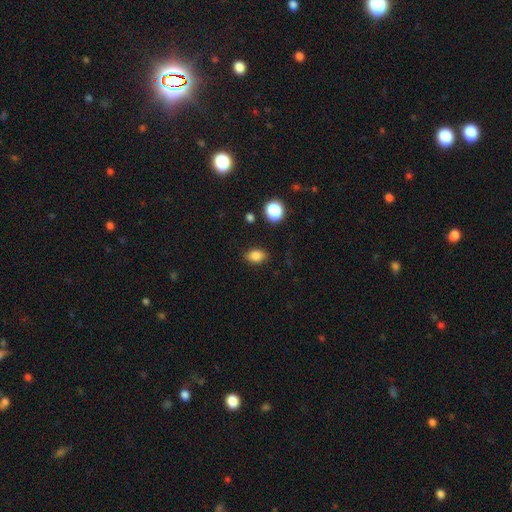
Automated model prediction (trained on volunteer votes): This is clearly a smooth galaxy (84%). How rounded: likely in between (78%). Merging: clearly none (84%).